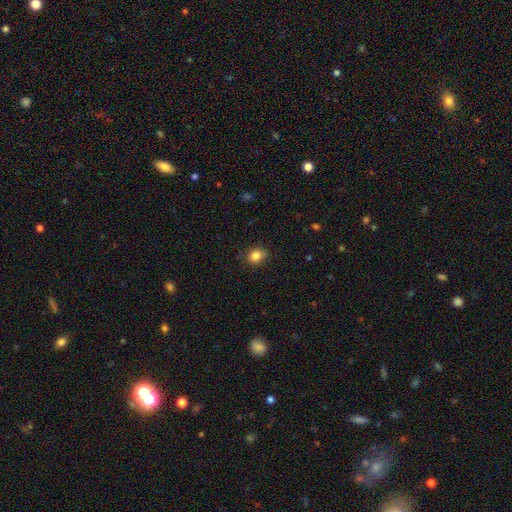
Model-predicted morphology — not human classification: Smooth or featured: smooth — 84% (star or artifact — 10%)
How rounded: round — 58% (in between — 41%)
Merging: none — 82% (minor disturbance — 14%)